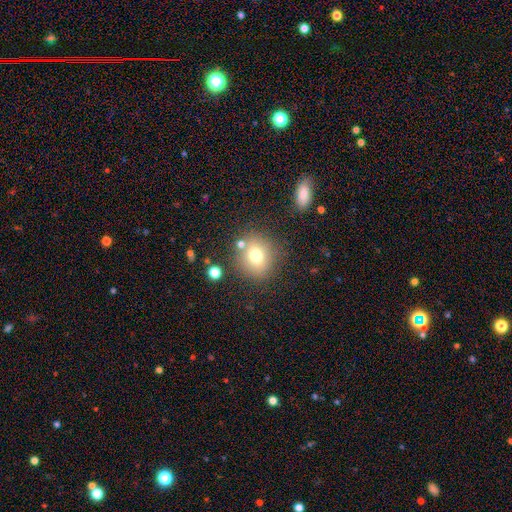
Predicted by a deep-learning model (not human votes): Smooth or featured? Predicted: smooth (p=0.71). How rounded? Predicted: round (p=0.82). Merging? Predicted: none (p=0.76).